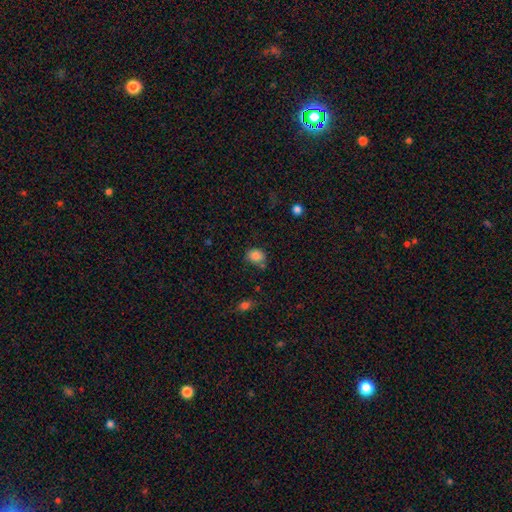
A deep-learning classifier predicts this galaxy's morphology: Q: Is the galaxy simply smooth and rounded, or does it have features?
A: smooth — 84%.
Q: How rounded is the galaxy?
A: round — 57%.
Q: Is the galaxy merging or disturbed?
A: none — 71%.